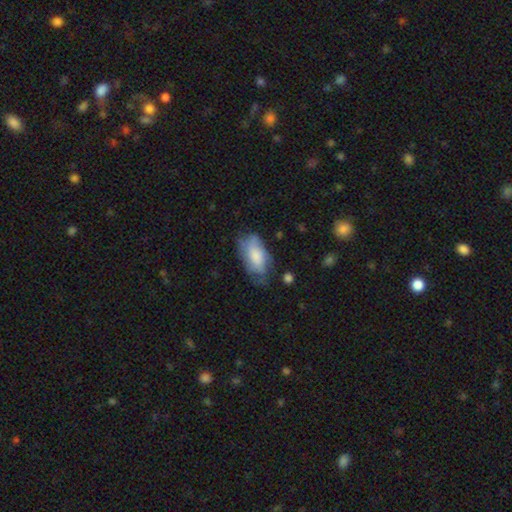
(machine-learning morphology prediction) Smooth or featured? smooth (67%)
How rounded? in between (93%)
Merging? none (49%)